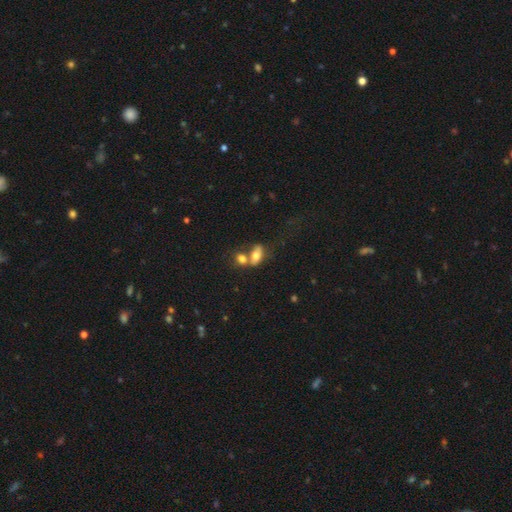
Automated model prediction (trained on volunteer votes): Smooth or featured? Predicted: smooth (p=0.71). How rounded? Predicted: in between (p=0.83). Merging? Predicted: merger (p=0.56).